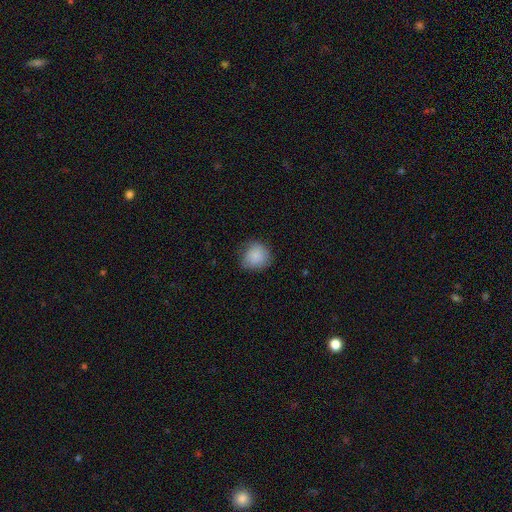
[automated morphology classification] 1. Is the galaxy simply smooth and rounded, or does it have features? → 87% smooth, 8% star or artifact, 6% featured or disk.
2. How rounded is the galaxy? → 84% round, 15% in between, 1% cigar-shaped.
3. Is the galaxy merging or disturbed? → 75% none, 19% minor disturbance, 4% major disturbance, 1% merger.